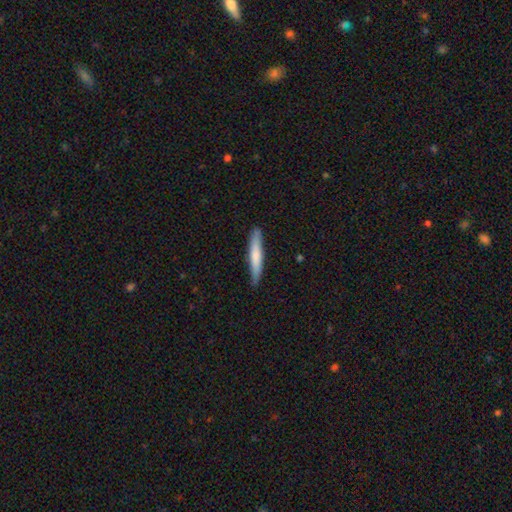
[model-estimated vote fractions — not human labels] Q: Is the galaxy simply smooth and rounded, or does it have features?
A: smooth — 69%.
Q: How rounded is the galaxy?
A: cigar-shaped — 93%.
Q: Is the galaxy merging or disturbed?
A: none — 85%.